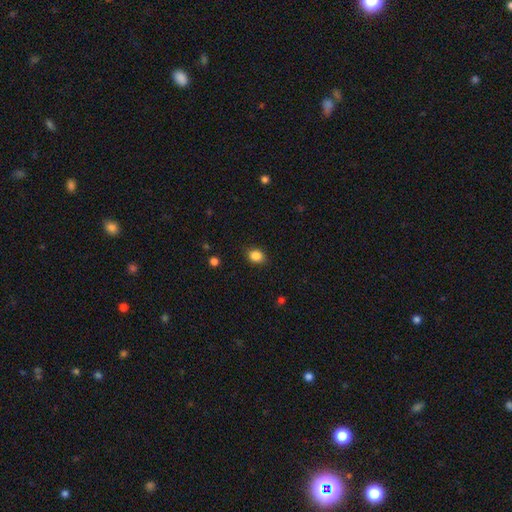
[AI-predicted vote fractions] A smooth galaxy with no disk features (86%) that is round (50%).

Vote fractions:
- Smooth or featured? smooth: 86% / star or artifact: 10% / featured or disk: 4%
- How rounded? round: 50% / in between: 49% / cigar-shaped: 1%
- Merging? none: 85% / minor disturbance: 11% / major disturbance: 3% / merger: 1%